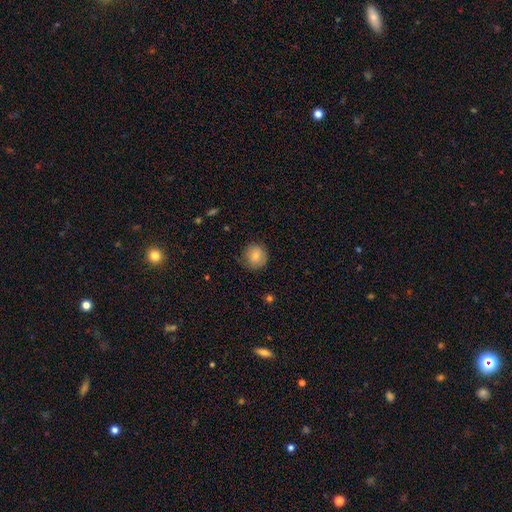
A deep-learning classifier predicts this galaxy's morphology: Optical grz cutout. It shows a smooth galaxy with no disk features (83%) that is round (91%). Merging: none (77%).